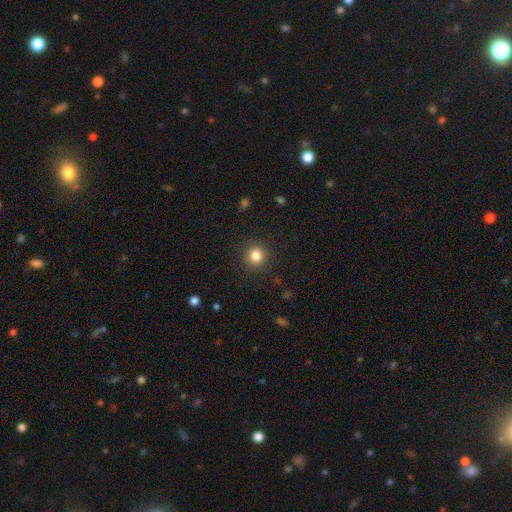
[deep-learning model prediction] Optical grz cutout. It shows a smooth galaxy with no disk features (83%) that is round (94%). Merging: none (91%).